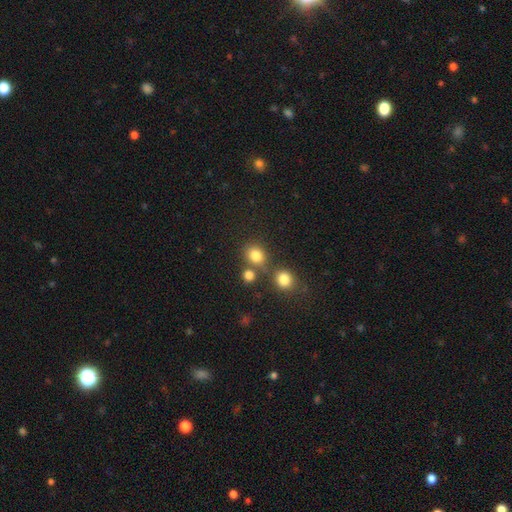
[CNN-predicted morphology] Smooth or featured?
  - smooth: 80% *
  - star or artifact: 13%
  - featured or disk: 6%
How rounded?
  - round: 71% *
  - in between: 28%
  - cigar-shaped: 1%
Merging?
  - none: 63% *
  - merger: 22%
  - minor disturbance: 10%
  - major disturbance: 4%